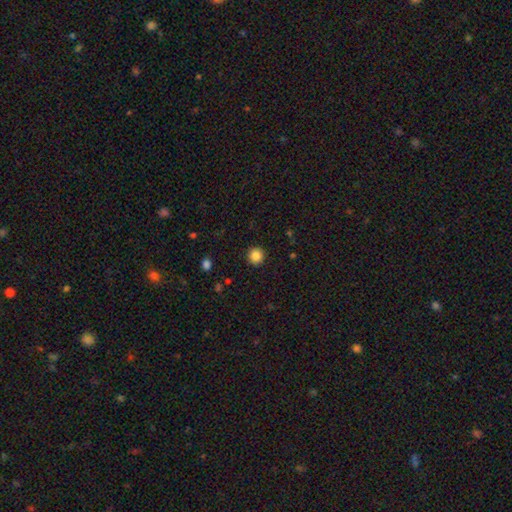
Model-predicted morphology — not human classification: The model was most divided on "smooth or featured": smooth: 85%, star or artifact: 11%, featured or disk: 4%. More confident: how rounded — round (94%); merging — none (92%).